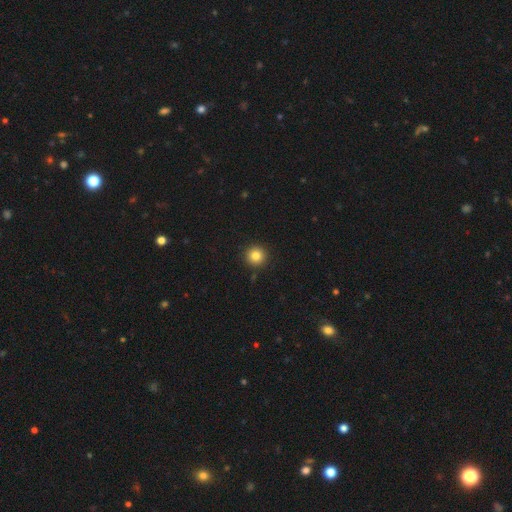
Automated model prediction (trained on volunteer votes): Smooth or featured: smooth — 83% (star or artifact — 11%)
How rounded: round — 96% (in between — 3%)
Merging: none — 92% (minor disturbance — 5%)